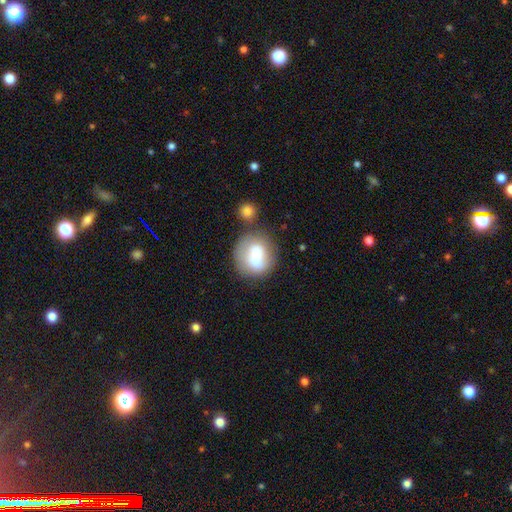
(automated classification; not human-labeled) smooth_or_featured: smooth (p=0.67) [alt: featured or disk p=0.26]
how_rounded: round (p=0.73) [alt: in between p=0.26]
merging: none (p=0.47) [alt: merger p=0.21]